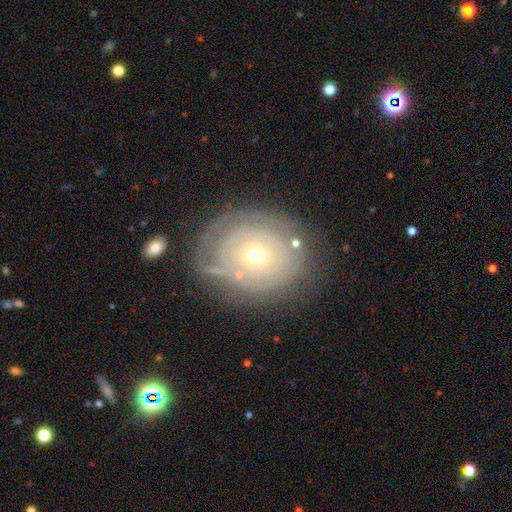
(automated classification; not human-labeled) Smooth or featured? featured or disk (71%)
Edge-on disk? no (96%)
Bar? no (88%)
Spiral arms? yes (65%)
Bulge size? small (59%)
Merging? none (72%)